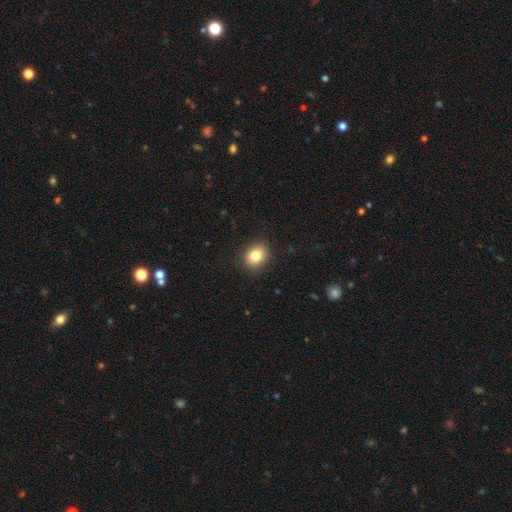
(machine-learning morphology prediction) Smooth or featured? Predicted: smooth (p=0.83). How rounded? Predicted: round (p=0.57). Merging? Predicted: none (p=0.89).